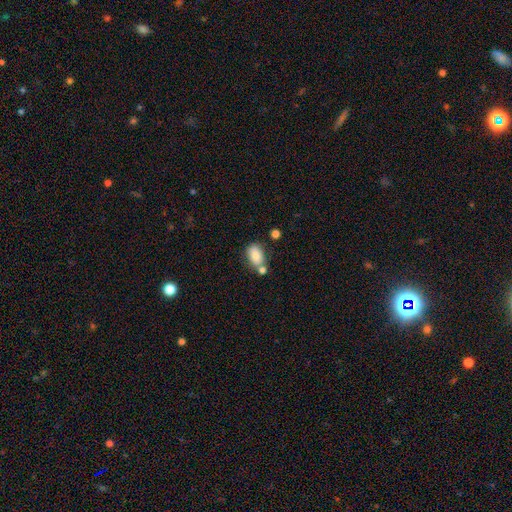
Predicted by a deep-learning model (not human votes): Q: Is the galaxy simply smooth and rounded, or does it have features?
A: smooth — 80%.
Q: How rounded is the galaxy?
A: in between — 85%.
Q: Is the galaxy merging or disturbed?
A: none — 58%.